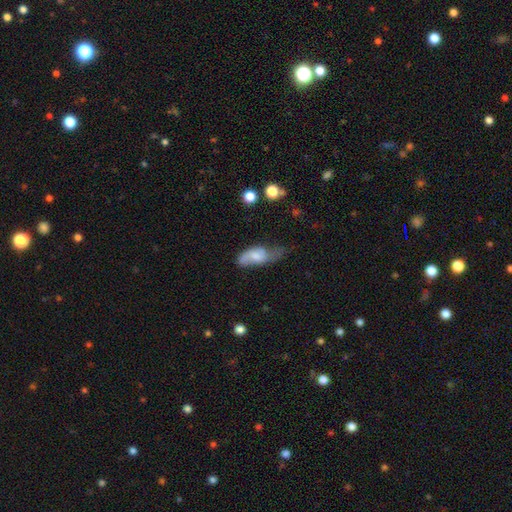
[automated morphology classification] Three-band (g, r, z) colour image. It shows a smooth galaxy with no disk features (53%) that is in between round and cigar-shaped (82%). Merging: minor disturbance (38%).